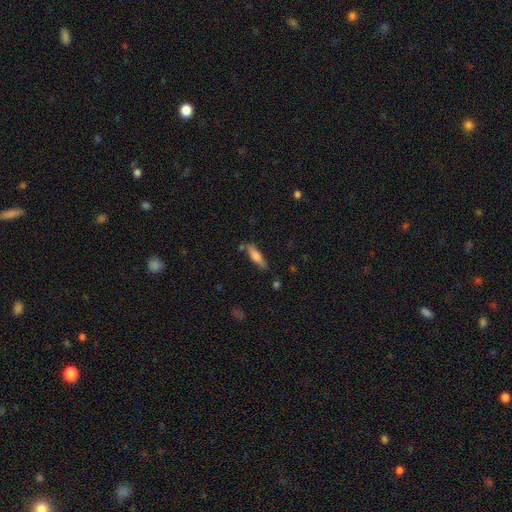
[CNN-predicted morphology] smooth_or_featured: smooth (p=0.69) [alt: featured or disk p=0.24]
how_rounded: cigar-shaped (p=0.67) [alt: in between p=0.31]
merging: none (p=0.75) [alt: minor disturbance p=0.16]